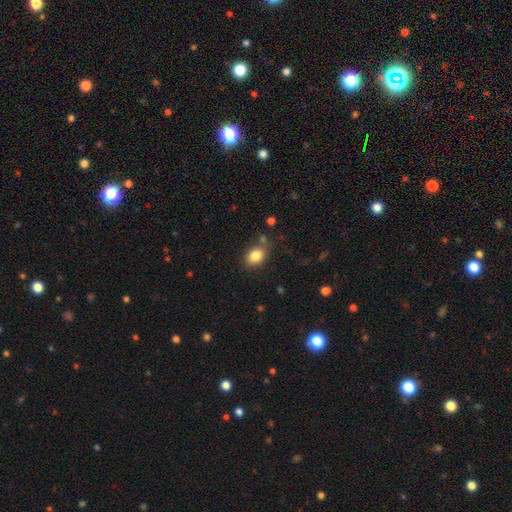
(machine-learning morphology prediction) A smooth galaxy with no disk features (84%) that is in between round and cigar-shaped (71%). Merging: none (76%).